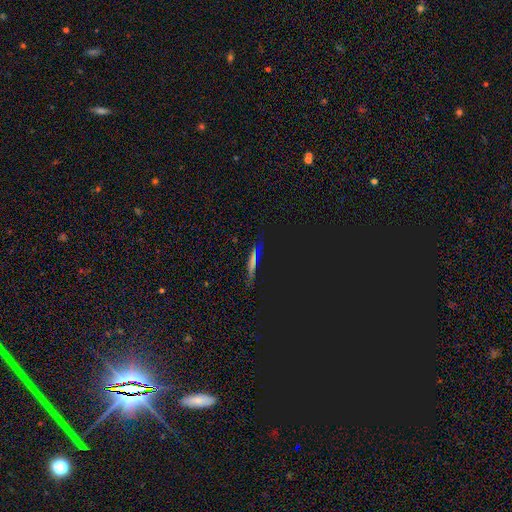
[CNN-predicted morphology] This is marginally a smooth galaxy (42%). Merging: clearly none (85%).